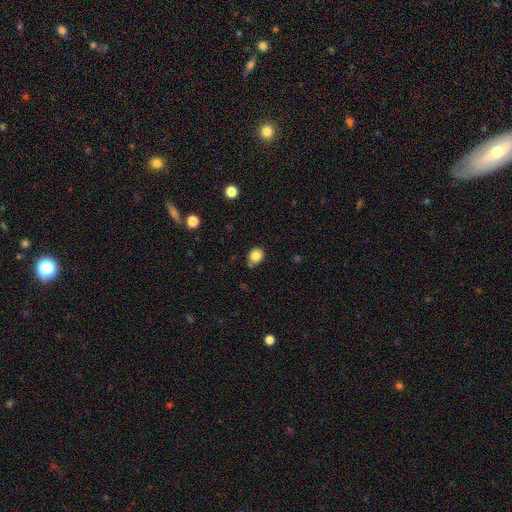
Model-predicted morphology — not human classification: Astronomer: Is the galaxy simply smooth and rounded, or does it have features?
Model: smooth — 83%.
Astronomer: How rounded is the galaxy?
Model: round — 66%.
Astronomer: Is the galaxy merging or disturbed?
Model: none — 74%.